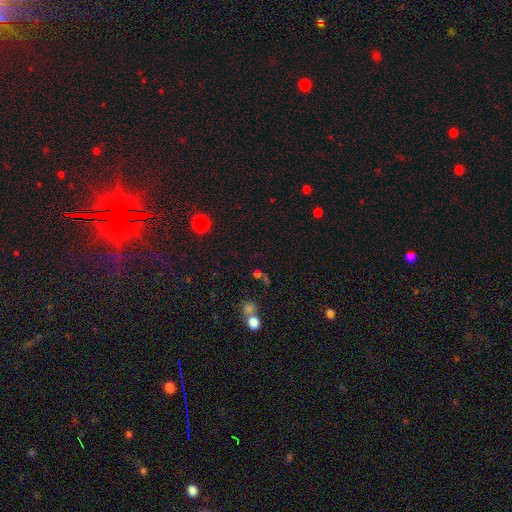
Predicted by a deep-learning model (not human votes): This is possibly a smooth galaxy (46%). Merging: likely none (67%).